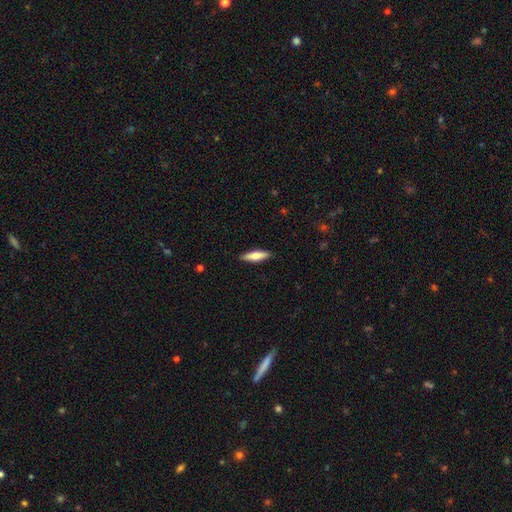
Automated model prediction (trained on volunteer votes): A smooth galaxy with no disk features (67%) that is cigar-shaped (66%). Merging: none (89%).